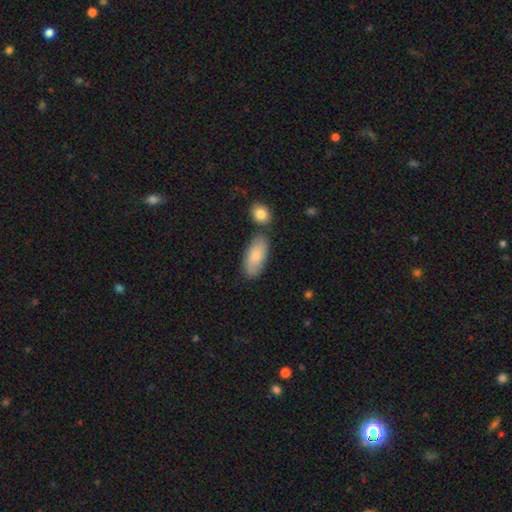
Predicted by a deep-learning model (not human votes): smooth 78%, featured or disk 16%, star or artifact 6%. Down the decision tree: how rounded — in between (91%); merging — none (70%).